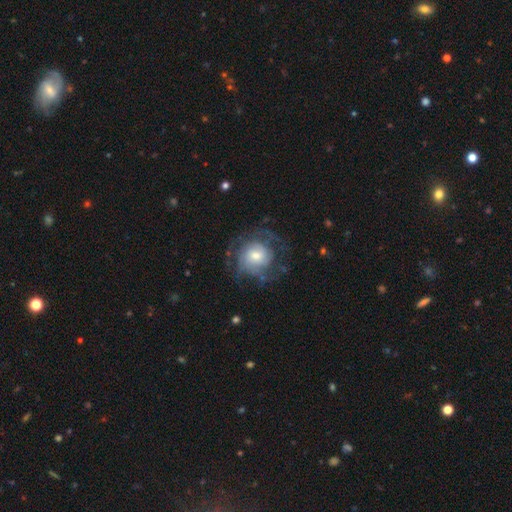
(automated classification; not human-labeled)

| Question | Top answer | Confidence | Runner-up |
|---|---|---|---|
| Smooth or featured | featured or disk | 64% | smooth (28%) |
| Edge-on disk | no | 97% | yes (3%) |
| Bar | no | 71% | weak (25%) |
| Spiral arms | yes | 81% | no (19%) |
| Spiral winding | tight | 55% | medium (32%) |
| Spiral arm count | can't tell | 48% | 2 (22%) |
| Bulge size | moderate | 50% | small (32%) |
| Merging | none | 65% | minor disturbance (17%) |